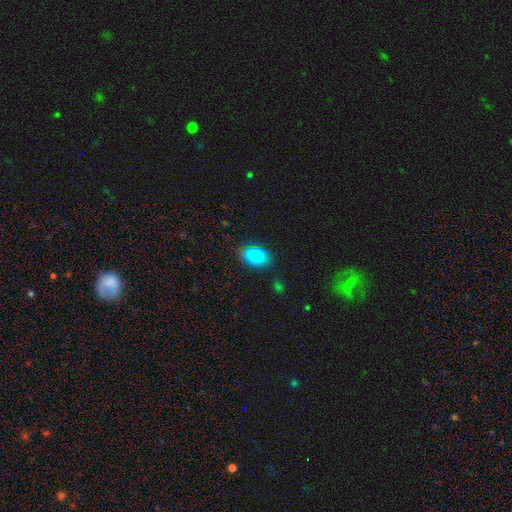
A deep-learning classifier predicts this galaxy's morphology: Smooth or featured? smooth (82%)
How rounded? in between (75%)
Merging? none (75%)